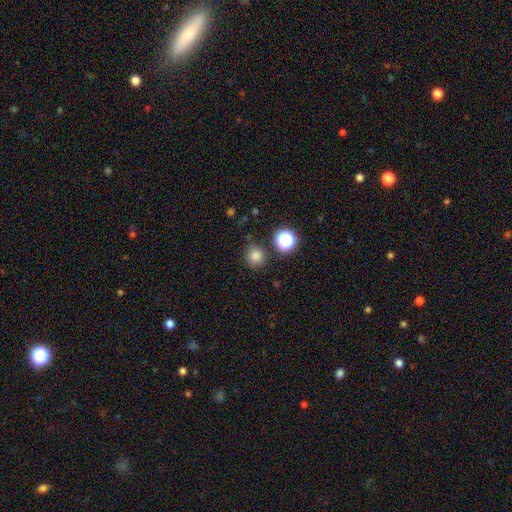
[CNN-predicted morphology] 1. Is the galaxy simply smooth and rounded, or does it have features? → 80% smooth, 16% star or artifact, 5% featured or disk.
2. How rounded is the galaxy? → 91% round, 8% in between, 1% cigar-shaped.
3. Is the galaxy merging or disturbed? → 83% none, 10% minor disturbance, 4% merger, 3% major disturbance.